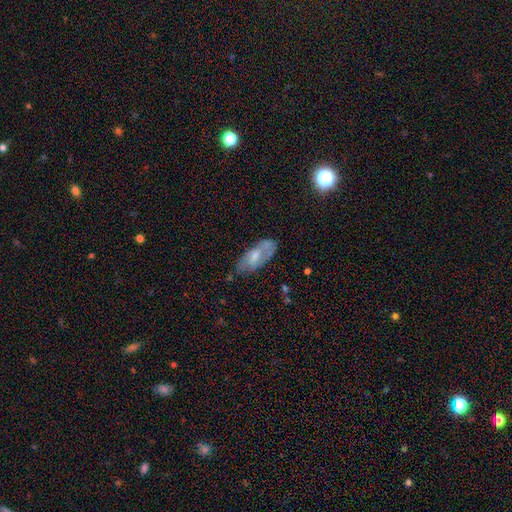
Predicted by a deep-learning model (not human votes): Smooth or featured? Predicted: smooth (p=0.51). How rounded? Predicted: in between (p=0.79). Merging? Predicted: none (p=0.58).